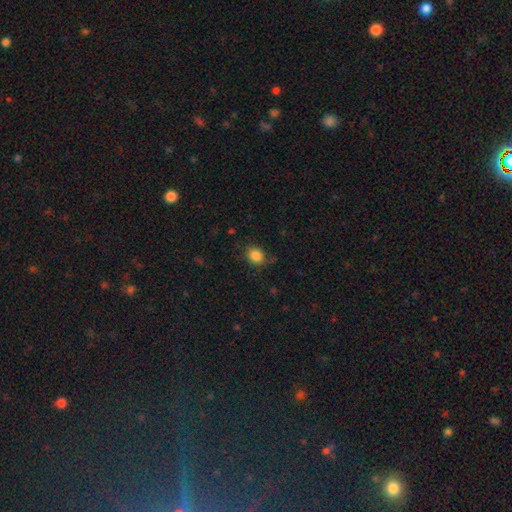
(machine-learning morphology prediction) Smooth or featured?
  - smooth: 85% *
  - star or artifact: 10%
  - featured or disk: 5%
How rounded?
  - round: 55% *
  - in between: 44%
  - cigar-shaped: 1%
Merging?
  - none: 77% *
  - minor disturbance: 17%
  - major disturbance: 4%
  - merger: 2%